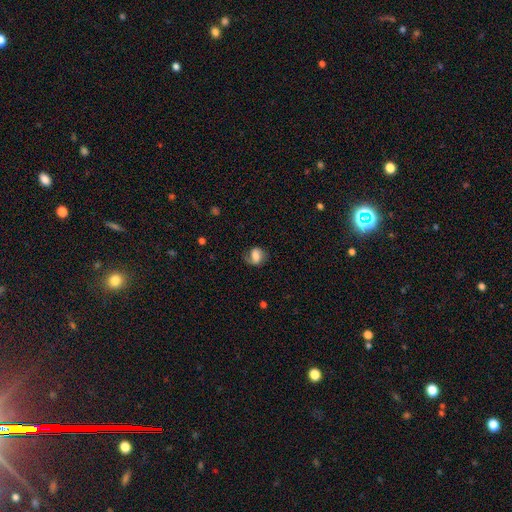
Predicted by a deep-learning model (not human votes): Smooth or featured? featured or disk (49%)
Merging? none (63%)